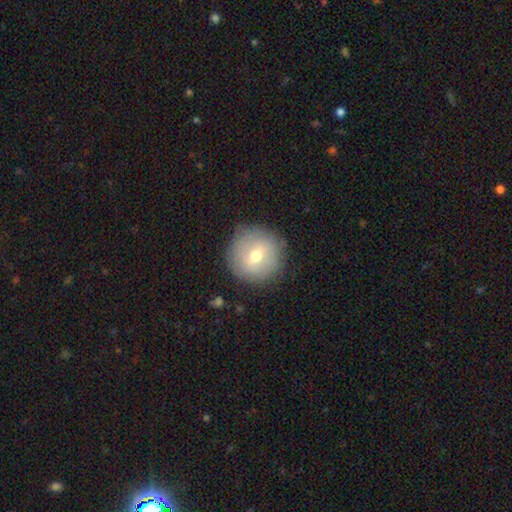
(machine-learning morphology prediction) type=smooth (63%); roundness=round (95%); merging=none (86%).